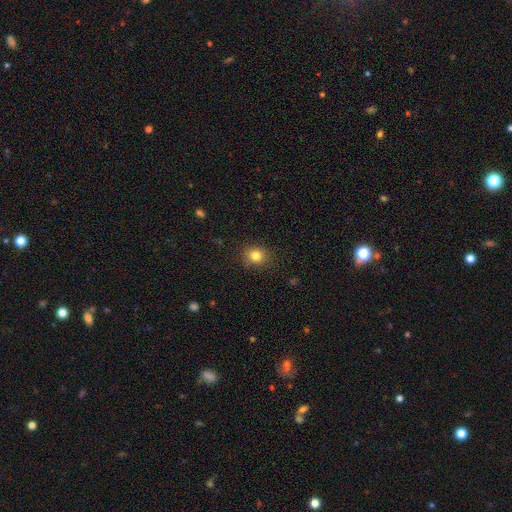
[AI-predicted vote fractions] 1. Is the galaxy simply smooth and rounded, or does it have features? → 82% smooth, 12% star or artifact, 6% featured or disk.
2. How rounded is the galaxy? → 72% round, 28% in between, 1% cigar-shaped.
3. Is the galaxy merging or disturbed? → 86% none, 10% minor disturbance, 3% major disturbance, 1% merger.